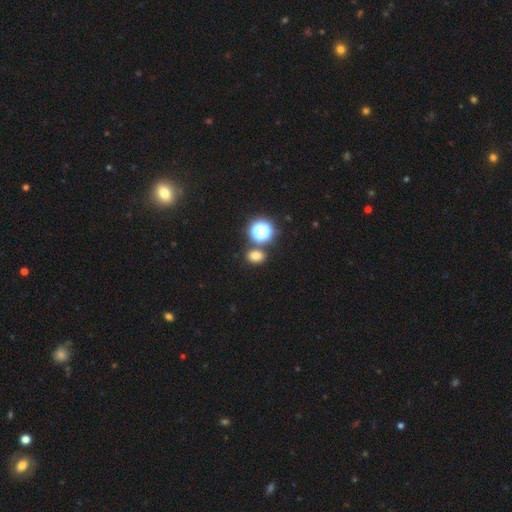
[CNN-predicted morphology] Smooth or featured: smooth — 74% (star or artifact — 20%)
How rounded: in between — 57% (round — 42%)
Merging: none — 78% (merger — 10%)